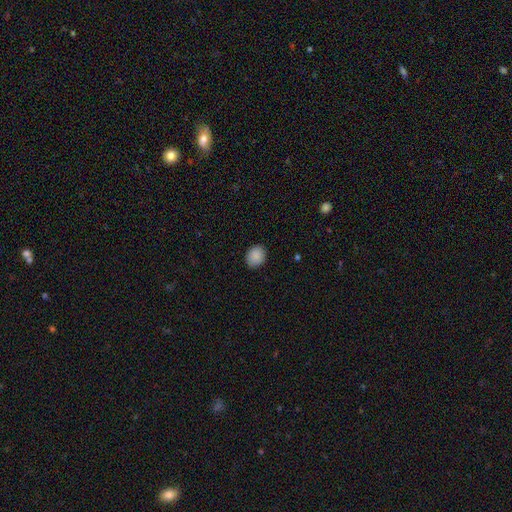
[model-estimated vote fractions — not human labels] The model was most divided on "how rounded": round: 61%, in between: 38%, cigar-shaped: 1%. More confident: smooth or featured — smooth (89%); merging — none (89%).